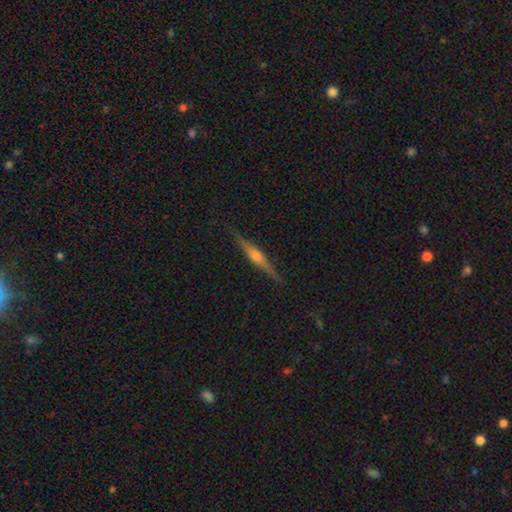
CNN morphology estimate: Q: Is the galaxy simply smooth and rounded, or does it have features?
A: featured or disk — 80%.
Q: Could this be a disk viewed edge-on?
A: yes — 98%.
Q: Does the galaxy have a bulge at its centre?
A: rounded — 87%.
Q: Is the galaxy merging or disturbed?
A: none — 91%.